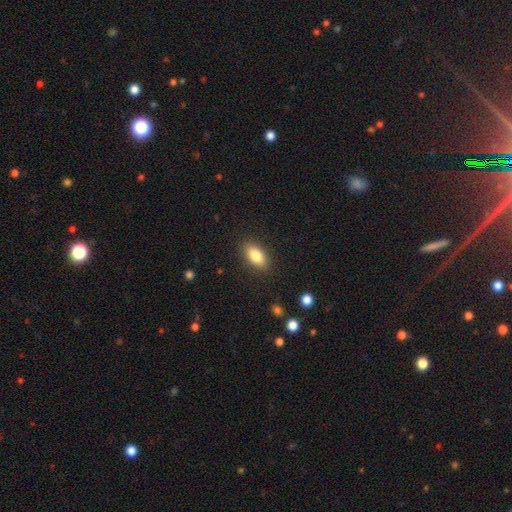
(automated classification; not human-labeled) smooth_or_featured: smooth (p=0.83) [alt: featured or disk p=0.09]
how_rounded: in between (p=0.89) [alt: round p=0.06]
merging: none (p=0.87) [alt: minor disturbance p=0.09]